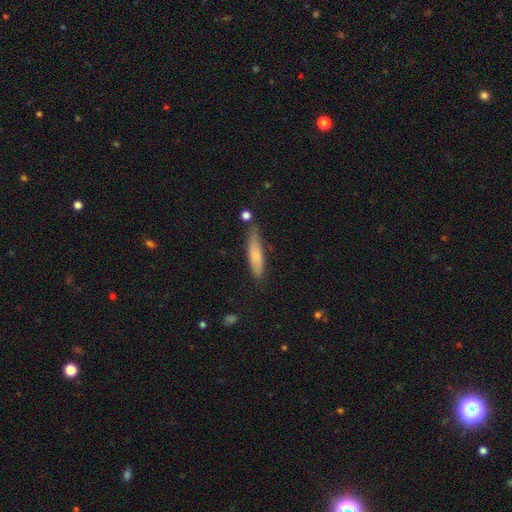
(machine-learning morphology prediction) A smooth galaxy with no disk features (73%) that is cigar-shaped (79%).

Vote fractions:
- Smooth or featured? smooth: 73% / featured or disk: 20% / star or artifact: 7%
- How rounded? cigar-shaped: 79% / in between: 20% / round: 2%
- Merging? none: 64% / minor disturbance: 25% / major disturbance: 6% / merger: 5%